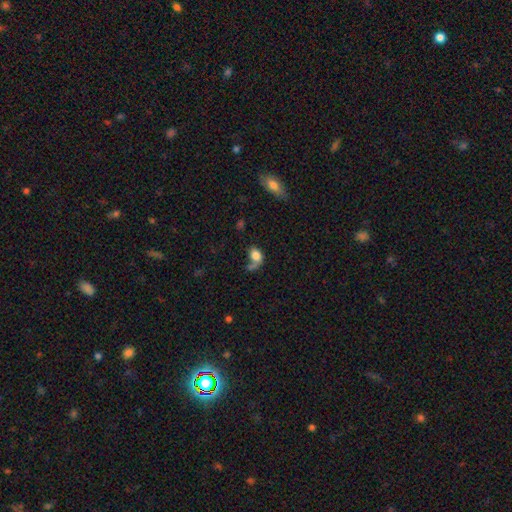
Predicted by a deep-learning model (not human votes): Smooth or featured?
  - smooth: 74% *
  - featured or disk: 16%
  - star or artifact: 10%
How rounded?
  - in between: 71% *
  - round: 27%
  - cigar-shaped: 2%
Merging?
  - none: 32% *
  - merger: 27%
  - major disturbance: 24%
  - minor disturbance: 16%